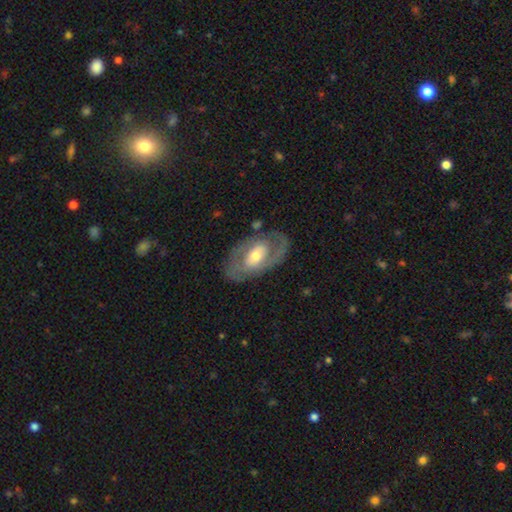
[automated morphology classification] The model was most divided on "bar": no: 47%, weak: 35%, strong: 18%. More confident: edge-on disk — no (93%); merging — none (76%); smooth or featured — featured or disk (73%); spiral arms — yes (63%); bulge size — moderate (62%).